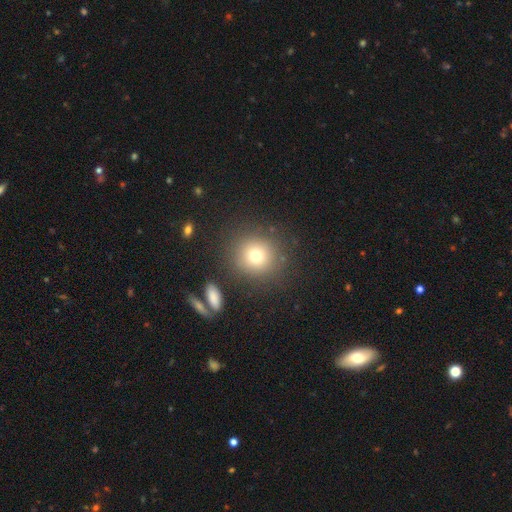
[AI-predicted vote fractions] smooth-or-featured: smooth: 74% | star or artifact: 14% | featured or disk: 12%
  how-rounded: round: 89% | in between: 10% | cigar-shaped: 1%
  merging: none: 84% | minor disturbance: 8% | major disturbance: 4% | merger: 3%